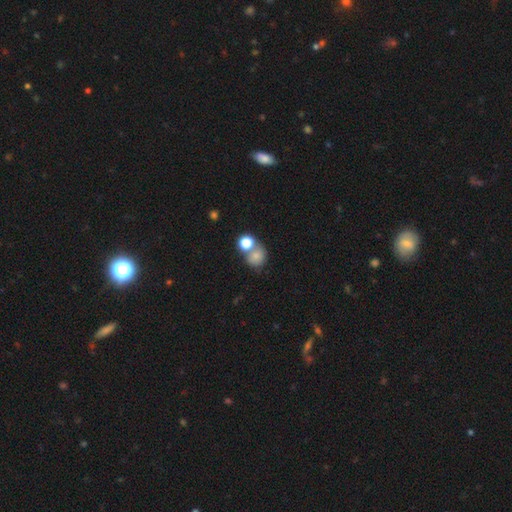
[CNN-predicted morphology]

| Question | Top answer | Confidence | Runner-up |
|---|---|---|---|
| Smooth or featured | smooth | 77% | star or artifact (13%) |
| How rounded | round | 73% | in between (26%) |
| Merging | merger | 42% | tied: none (42%) |